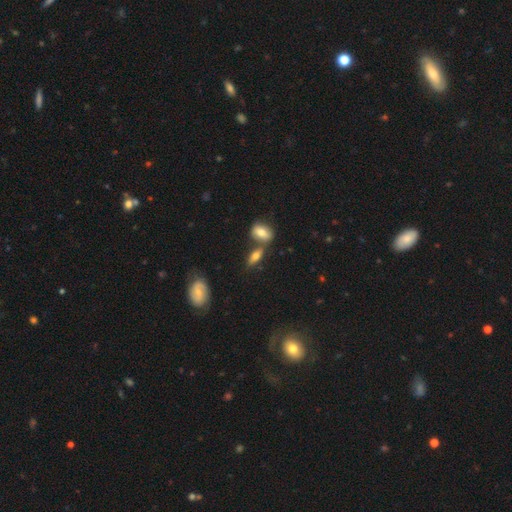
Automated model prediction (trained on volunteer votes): Smooth or featured: smooth — 60% (featured or disk — 29%)
How rounded: in between — 69% (cigar-shaped — 21%)
Merging: none — 57% (merger — 27%)